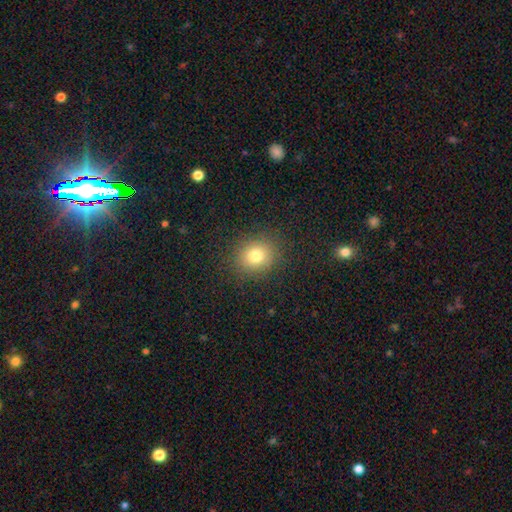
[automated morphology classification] smooth-or-featured: smooth: 78% | star or artifact: 14% | featured or disk: 8%
  how-rounded: round: 77% | in between: 22% | cigar-shaped: 1%
  merging: none: 89% | minor disturbance: 7% | major disturbance: 3% | merger: 1%